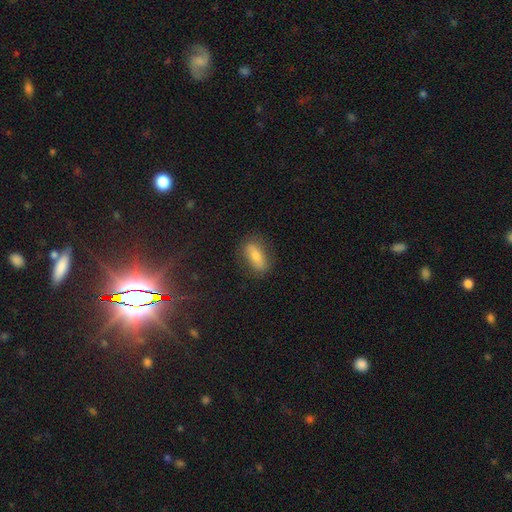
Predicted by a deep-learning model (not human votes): Q: Smooth or featured?
A: smooth (64%); runner-up: featured or disk (23%)
Q: How rounded?
A: in between (70%); runner-up: cigar-shaped (24%)
Q: Merging?
A: none (82%); runner-up: minor disturbance (12%)